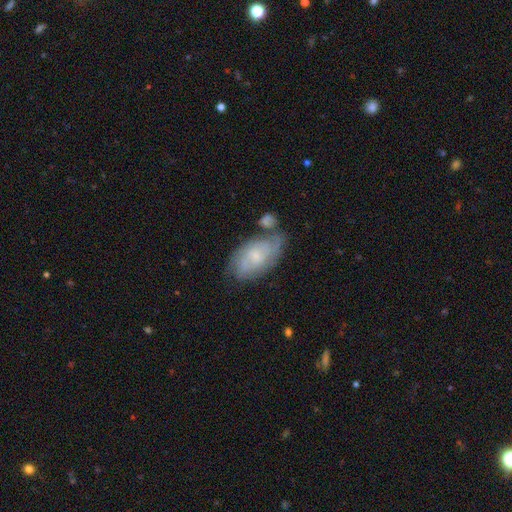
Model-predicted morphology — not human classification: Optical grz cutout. It shows a featured or disk galaxy (63%) with no bar (58%), 2 (41%) tight (47%) spiral arms (85%) and a small central bulge (58%). Merging: none (52%).